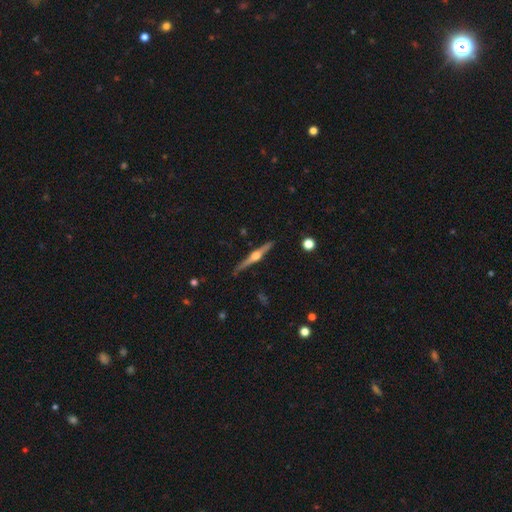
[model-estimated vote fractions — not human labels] Overall: featured or disk (82%). Edge-on disk: yes (98%). Edge-on bulge: rounded (95%). Merging: none (89%).